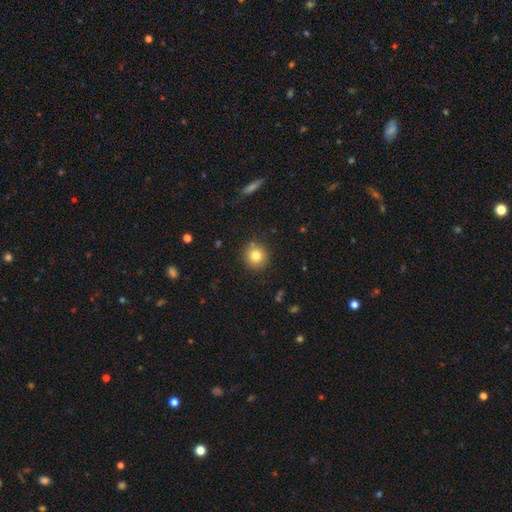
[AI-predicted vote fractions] Smooth or featured? Predicted: smooth (p=0.79). How rounded? Predicted: round (p=0.92). Merging? Predicted: none (p=0.86).